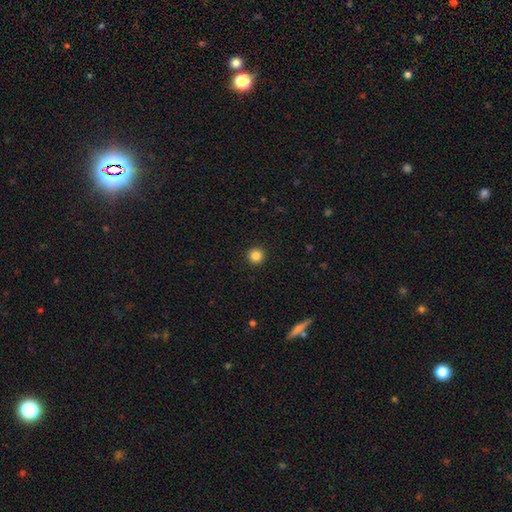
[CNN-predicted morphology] smooth_or_featured: smooth (p=0.85) [alt: star or artifact p=0.11]
how_rounded: round (p=0.96) [alt: in between p=0.03]
merging: none (p=0.94) [alt: minor disturbance p=0.04]